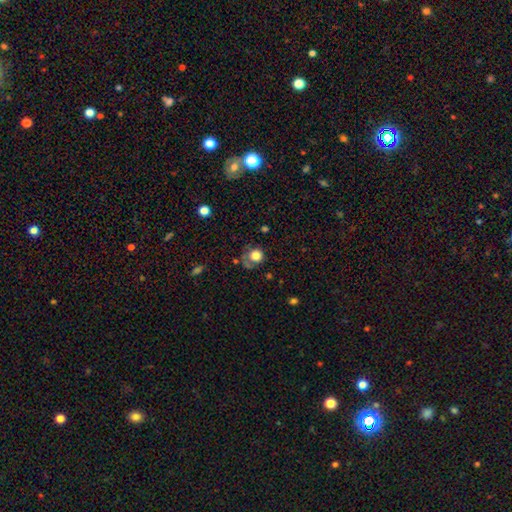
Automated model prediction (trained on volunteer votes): A smooth galaxy with no disk features (76%) that is round (83%).

Vote fractions:
- Smooth or featured? smooth: 76% / featured or disk: 13% / star or artifact: 11%
- How rounded? round: 83% / in between: 16% / cigar-shaped: 1%
- Merging? none: 50% / minor disturbance: 24% / major disturbance: 19% / merger: 7%